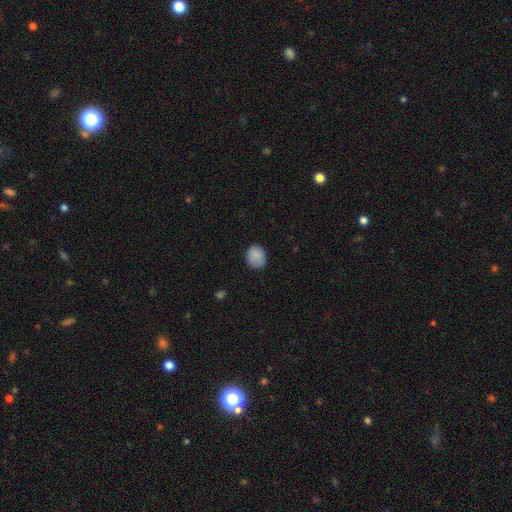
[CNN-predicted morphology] Smooth or featured? Predicted: smooth (p=0.88). How rounded? Predicted: round (p=0.69). Merging? Predicted: none (p=0.81).